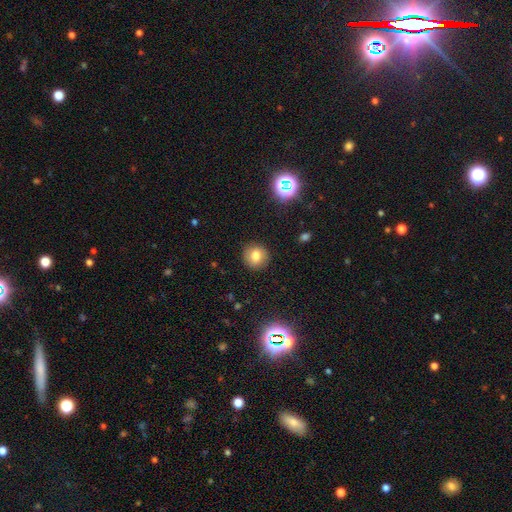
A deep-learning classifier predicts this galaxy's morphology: type=smooth (76%); roundness=round (90%); merging=none (89%).